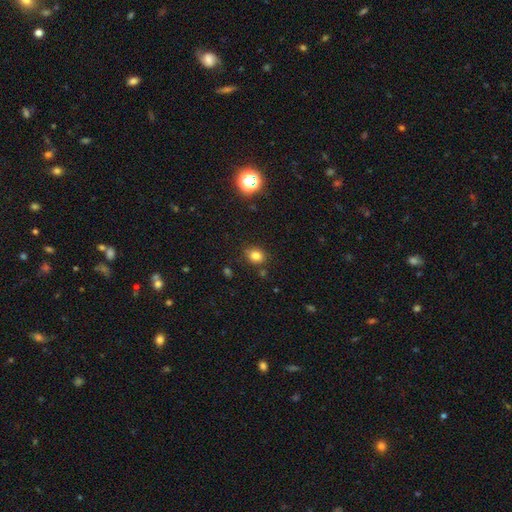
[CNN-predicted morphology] A smooth galaxy with no disk features (80%) that is round (56%).

Vote fractions:
- Smooth or featured? smooth: 80% / star or artifact: 13% / featured or disk: 6%
- How rounded? round: 56% / in between: 43% / cigar-shaped: 1%
- Merging? none: 81% / minor disturbance: 13% / major disturbance: 3% / merger: 3%